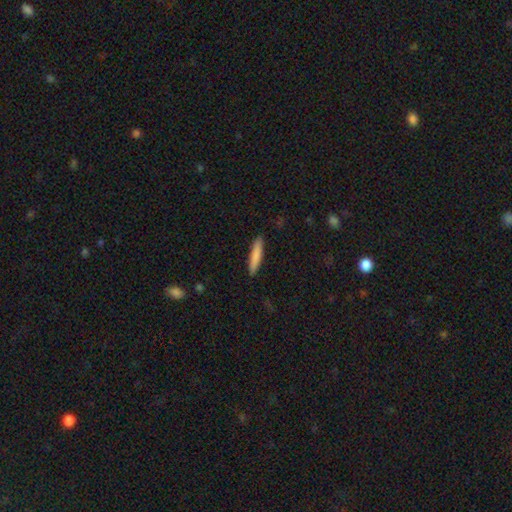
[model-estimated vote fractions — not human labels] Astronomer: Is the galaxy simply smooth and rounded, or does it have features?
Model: smooth — 82%.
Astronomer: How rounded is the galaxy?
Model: cigar-shaped — 89%.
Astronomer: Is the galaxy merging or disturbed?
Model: none — 90%.